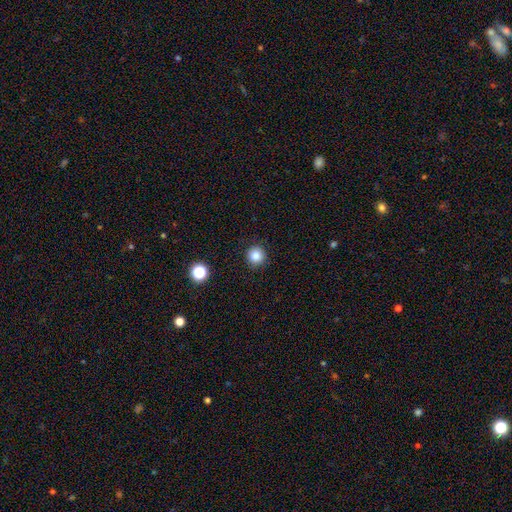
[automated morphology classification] smooth_or_featured: smooth (p=0.84) [alt: star or artifact p=0.12]
how_rounded: round (p=0.94) [alt: in between p=0.05]
merging: none (p=0.91) [alt: minor disturbance p=0.06]